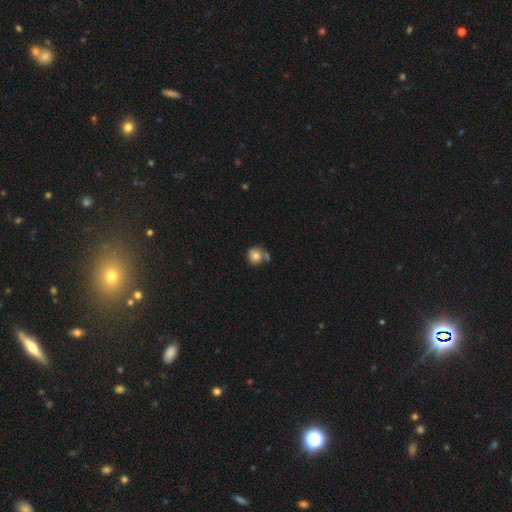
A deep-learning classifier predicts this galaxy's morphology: A smooth galaxy with no disk features (77%) that is round (86%). Merging: none (53%).